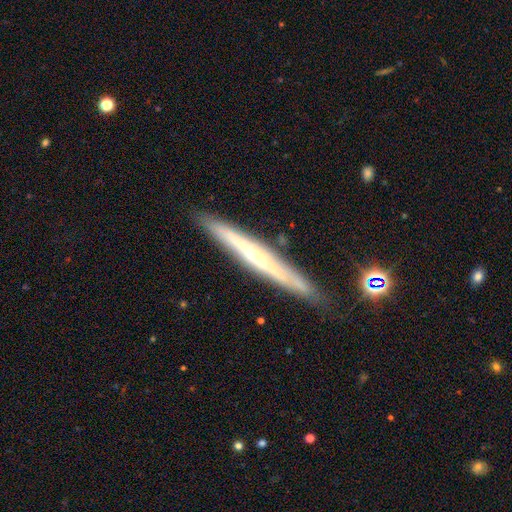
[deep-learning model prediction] Smooth or featured?
  - featured or disk: 65% *
  - smooth: 28%
  - star or artifact: 7%
Edge-on disk?
  - yes: 94% *
  - no: 6%
Edge-on bulge?
  - none: 56% *
  - rounded: 39%
  - boxy: 5%
Merging?
  - none: 87% *
  - minor disturbance: 10%
  - merger: 2%
  - major disturbance: 2%